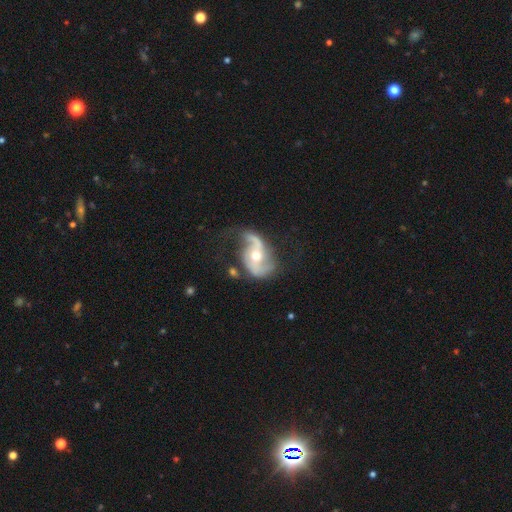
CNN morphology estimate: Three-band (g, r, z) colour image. It shows a featured or disk galaxy (86%) with no bar (50%), 2 (86%) loose (62%) spiral arms (95%) and a moderate central bulge (64%). Merging: none (55%).